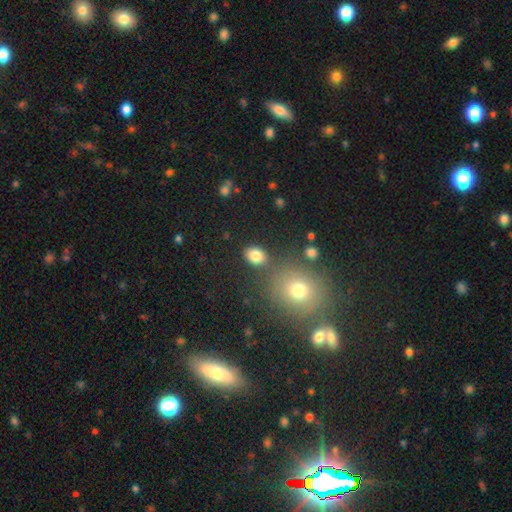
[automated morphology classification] A smooth galaxy with no disk features (83%) that is in between round and cigar-shaped (58%). Merging: none (79%).